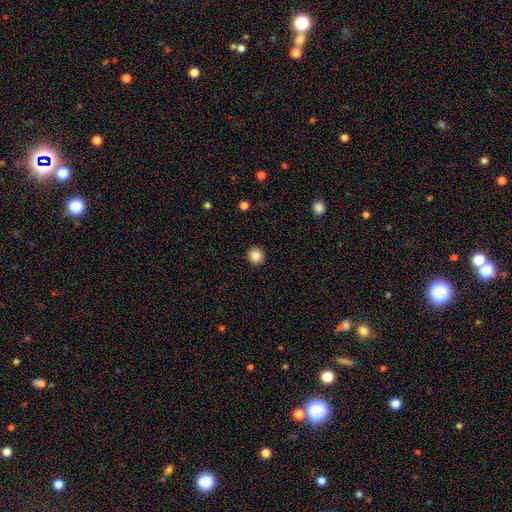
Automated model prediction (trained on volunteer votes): Morphology: type=smooth (87%); roundness=round (92%); merging=none (92%).